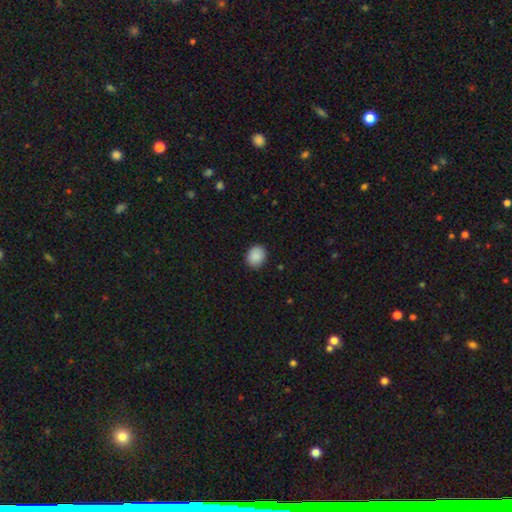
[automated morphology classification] type=smooth (89%); roundness=round (55%); merging=none (88%).